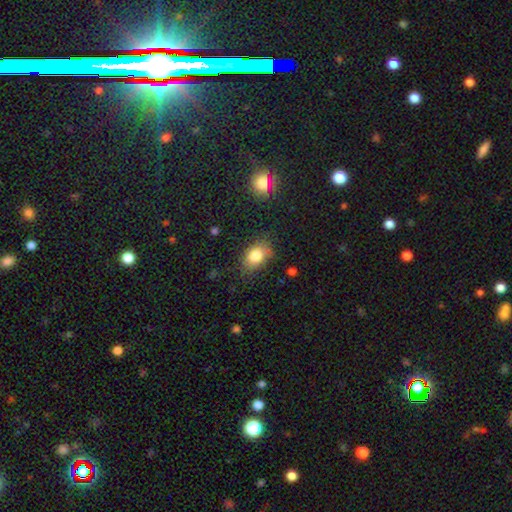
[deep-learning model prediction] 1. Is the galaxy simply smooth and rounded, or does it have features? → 81% smooth, 10% star or artifact, 9% featured or disk.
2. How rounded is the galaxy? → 78% in between, 21% round, 1% cigar-shaped.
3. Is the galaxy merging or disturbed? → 73% none, 20% minor disturbance, 5% major disturbance, 2% merger.